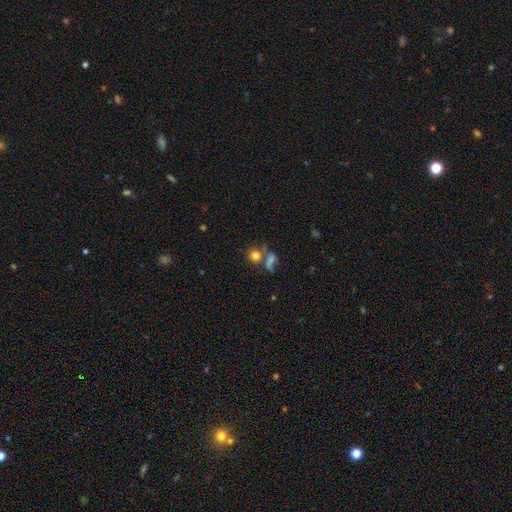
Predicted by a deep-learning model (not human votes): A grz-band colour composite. It shows a smooth galaxy with no disk features (77%) that is round (86%). Merging: none (52%).